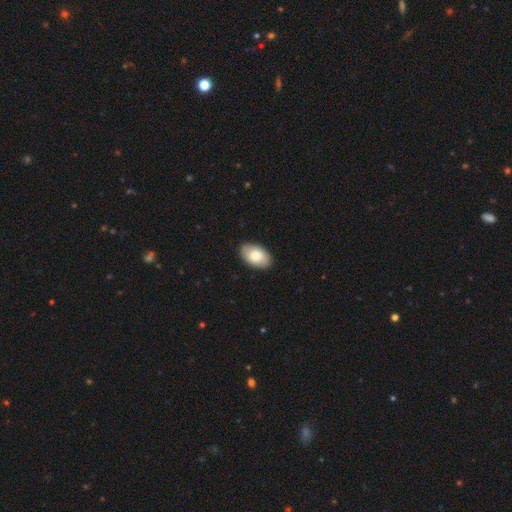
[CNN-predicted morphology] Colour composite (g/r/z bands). It shows a smooth galaxy with no disk features (80%) that is in between round and cigar-shaped (94%). Merging: none (89%).